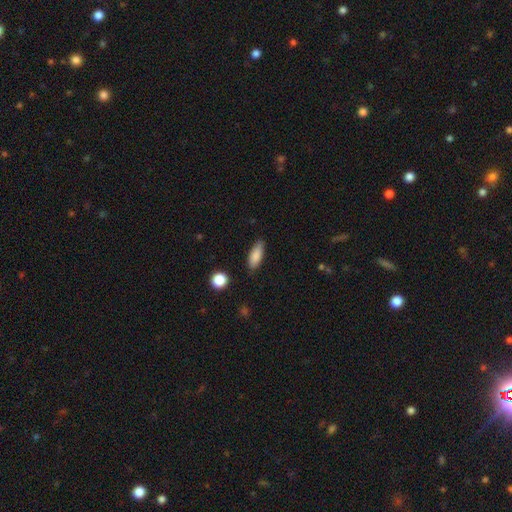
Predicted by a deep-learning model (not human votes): smooth-or-featured: smooth: 84% | featured or disk: 8% | star or artifact: 7%
  how-rounded: in between: 69% | cigar-shaped: 29% | round: 3%
  merging: none: 81% | minor disturbance: 15% | major disturbance: 3% | merger: 2%